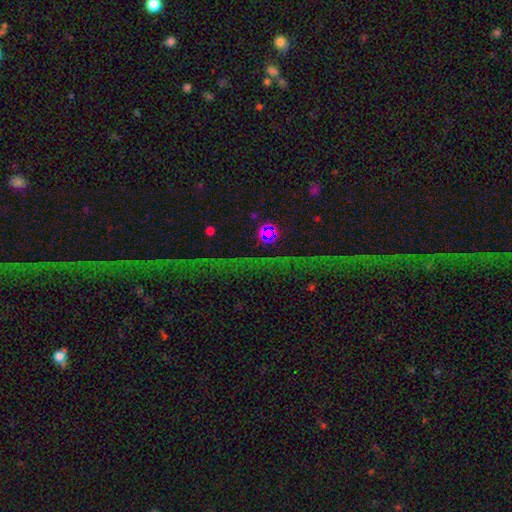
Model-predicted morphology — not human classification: This is likely a star or artifact rather than a galaxy (73%).